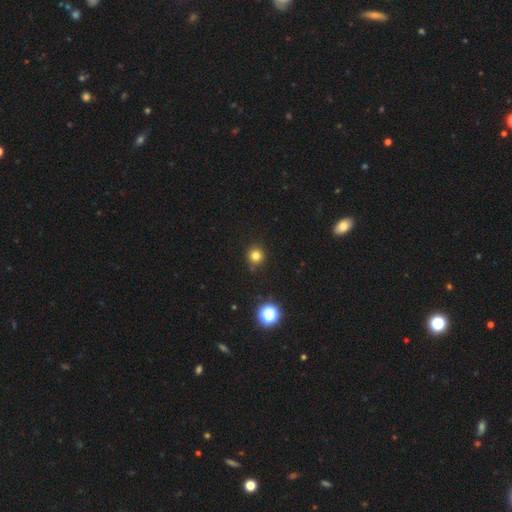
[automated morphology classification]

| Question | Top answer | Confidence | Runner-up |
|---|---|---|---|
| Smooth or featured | smooth | 79% | star or artifact (16%) |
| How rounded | round | 94% | in between (5%) |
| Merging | none | 88% | minor disturbance (8%) |